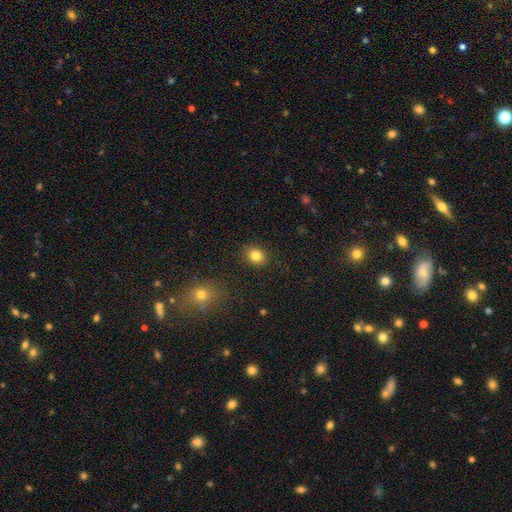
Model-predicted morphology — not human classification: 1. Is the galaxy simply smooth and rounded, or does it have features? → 83% smooth, 11% star or artifact, 6% featured or disk.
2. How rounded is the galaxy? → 59% round, 40% in between, 1% cigar-shaped.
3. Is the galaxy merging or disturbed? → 88% none, 8% minor disturbance, 2% major disturbance, 1% merger.